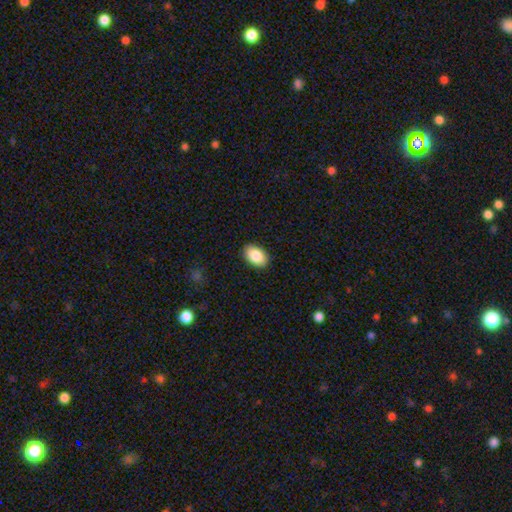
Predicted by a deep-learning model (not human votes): The model was most divided on "how rounded": in between: 89%, round: 10%, cigar-shaped: 1%. More confident: merging — none (90%); smooth or featured — smooth (87%).